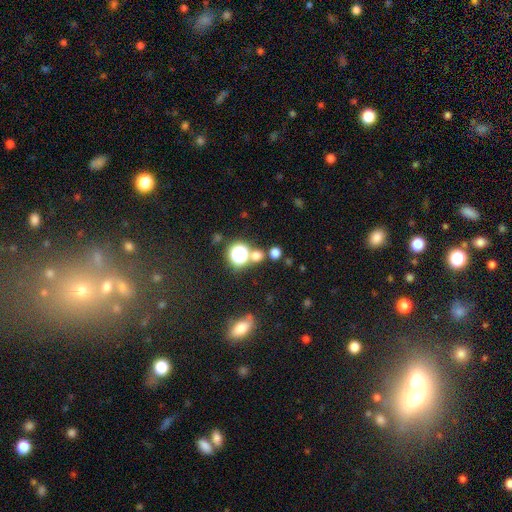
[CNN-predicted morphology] smooth_or_featured: smooth (p=0.59) [alt: star or artifact p=0.34]
how_rounded: round (p=0.83) [alt: in between p=0.16]
merging: none (p=0.71) [alt: merger p=0.17]